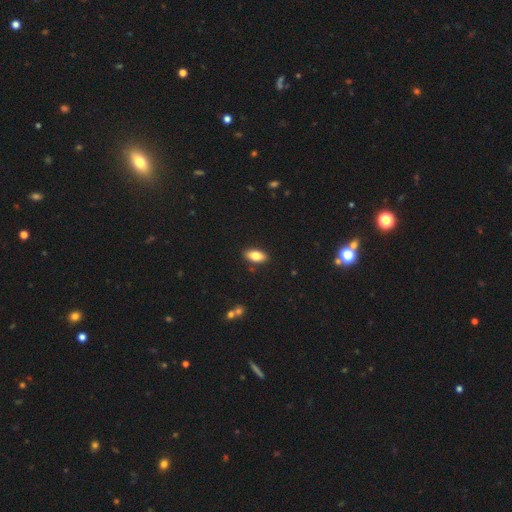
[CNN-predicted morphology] Smooth or featured? smooth (80%)
How rounded? in between (89%)
Merging? none (89%)